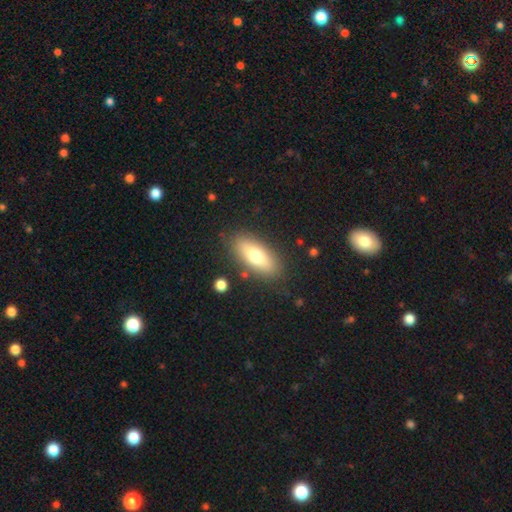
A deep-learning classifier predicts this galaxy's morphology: Q: Smooth or featured?
A: smooth (70%); runner-up: featured or disk (23%)
Q: How rounded?
A: in between (77%); runner-up: cigar-shaped (20%)
Q: Merging?
A: none (84%); runner-up: minor disturbance (11%)